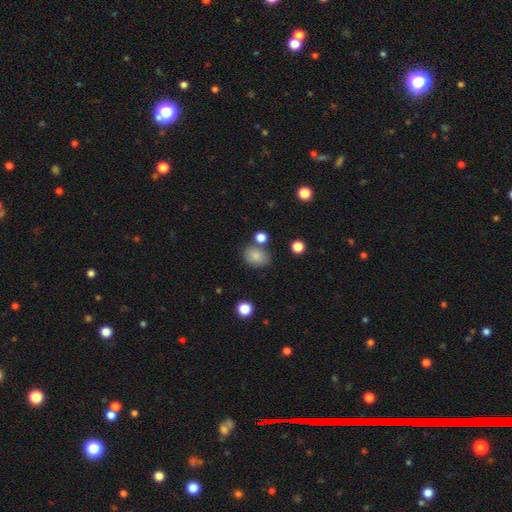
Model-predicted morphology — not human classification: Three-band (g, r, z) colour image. It shows a smooth galaxy with no disk features (83%) that is in between round and cigar-shaped (69%). Merging: none (70%).